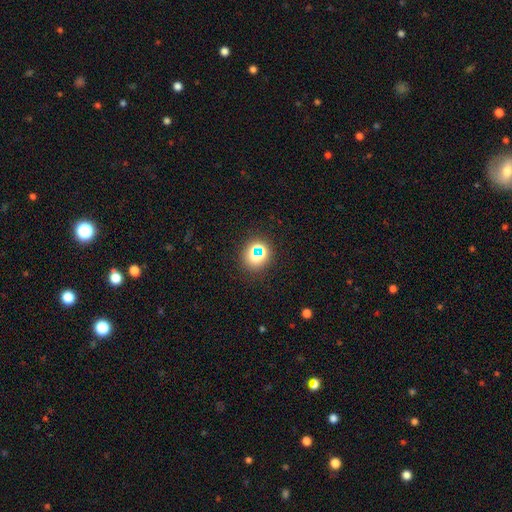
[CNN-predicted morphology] smooth-or-featured: star or artifact: 52% | smooth: 37% | featured or disk: 11%